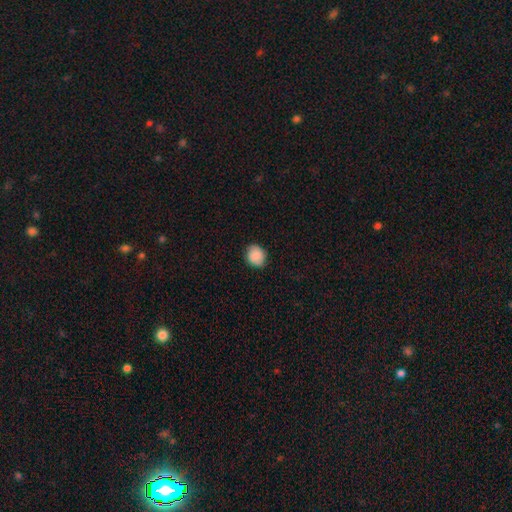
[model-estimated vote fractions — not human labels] A smooth galaxy with no disk features (87%) that is round (69%).

Vote fractions:
- Smooth or featured? smooth: 87% / star or artifact: 8% / featured or disk: 6%
- How rounded? round: 69% / in between: 30% / cigar-shaped: 1%
- Merging? none: 85% / minor disturbance: 12% / major disturbance: 2% / merger: 1%